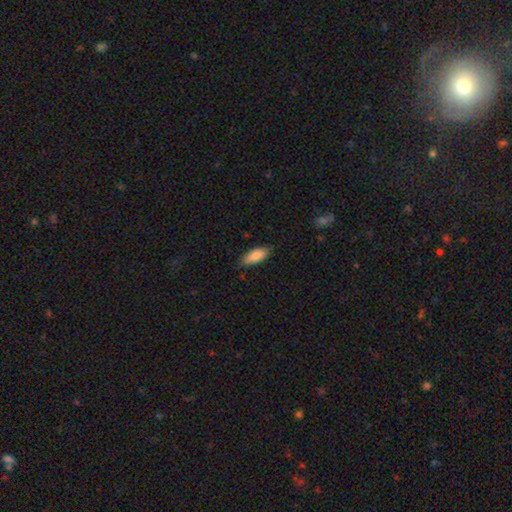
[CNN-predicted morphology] This is clearly a smooth galaxy (86%). How rounded: likely in between (72%). Merging: likely none (79%).